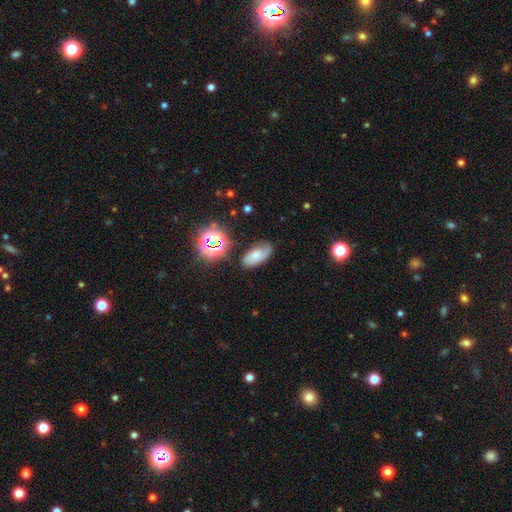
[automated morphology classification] smooth-or-featured: smooth: 48% | featured or disk: 34% | star or artifact: 18%
  merging: none: 65% | minor disturbance: 23% | major disturbance: 8% | merger: 4%